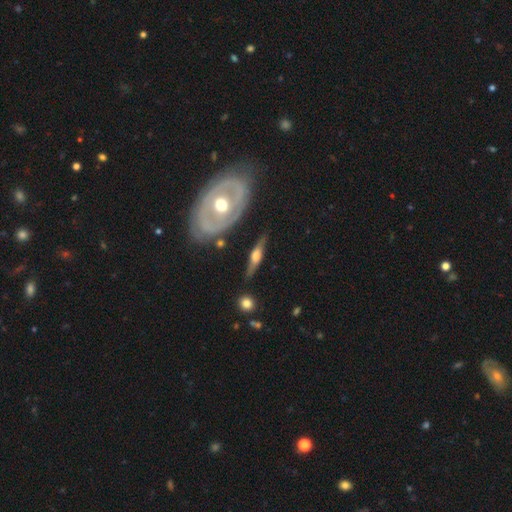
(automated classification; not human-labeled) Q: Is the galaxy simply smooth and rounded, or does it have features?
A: featured or disk — 72%.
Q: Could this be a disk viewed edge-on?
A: yes — 89%.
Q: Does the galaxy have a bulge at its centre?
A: rounded — 91%.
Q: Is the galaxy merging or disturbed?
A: none — 79%.